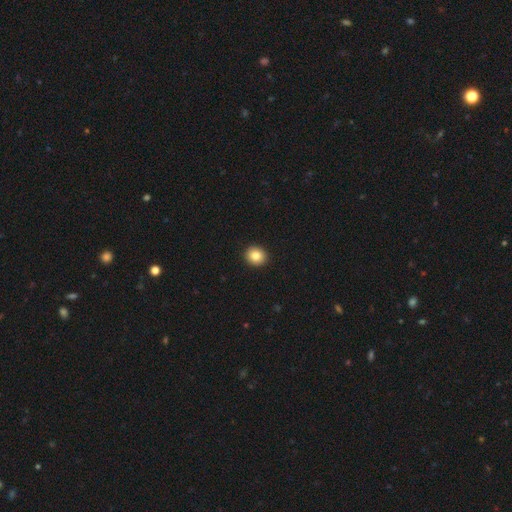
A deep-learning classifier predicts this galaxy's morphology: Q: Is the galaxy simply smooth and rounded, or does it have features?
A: smooth — 85%.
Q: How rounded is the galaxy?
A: round — 80%.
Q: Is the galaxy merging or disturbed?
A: none — 93%.